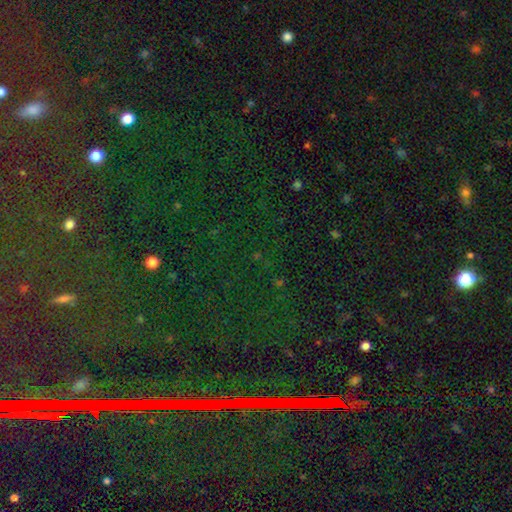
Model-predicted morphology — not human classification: The model was most divided on "smooth or featured": star or artifact: 83%, smooth: 9%, featured or disk: 8%.